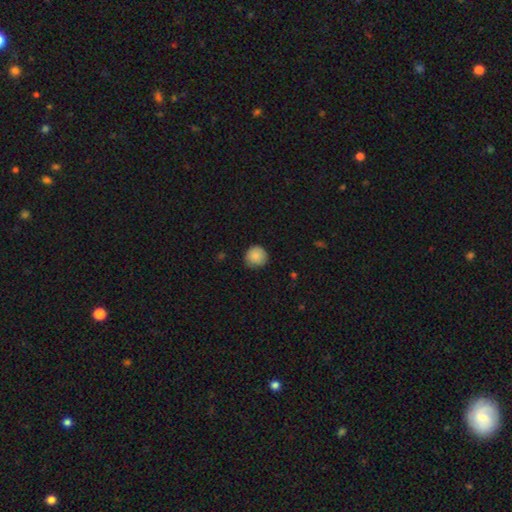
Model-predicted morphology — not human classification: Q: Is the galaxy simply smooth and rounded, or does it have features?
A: smooth — 88%.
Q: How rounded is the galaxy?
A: round — 92%.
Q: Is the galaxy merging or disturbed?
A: none — 83%.